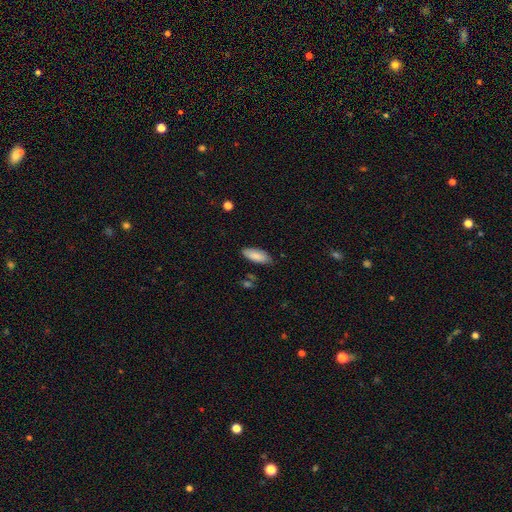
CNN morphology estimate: type=smooth (87%); roundness=in between (77%); merging=none (83%).